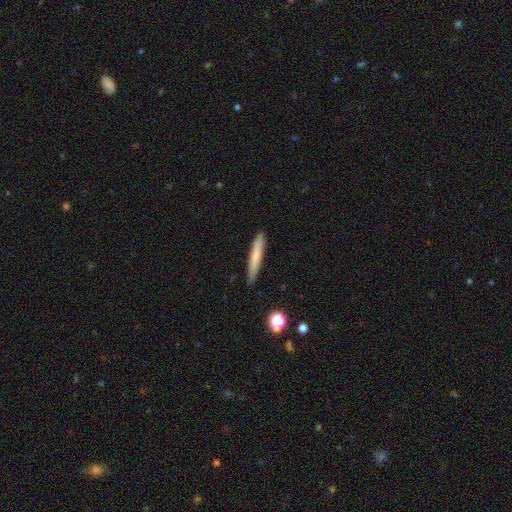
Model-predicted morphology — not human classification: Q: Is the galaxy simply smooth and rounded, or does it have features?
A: smooth — 72%.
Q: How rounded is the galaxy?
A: cigar-shaped — 94%.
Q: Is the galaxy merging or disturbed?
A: none — 88%.